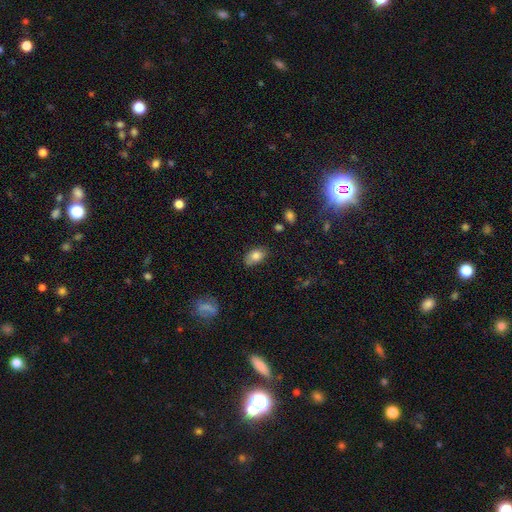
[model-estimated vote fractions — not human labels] A smooth galaxy with no disk features (81%) that is in between round and cigar-shaped (89%).

Vote fractions:
- Smooth or featured? smooth: 81% / featured or disk: 10% / star or artifact: 9%
- How rounded? in between: 89% / round: 9% / cigar-shaped: 2%
- Merging? none: 75% / minor disturbance: 19% / major disturbance: 4% / merger: 2%